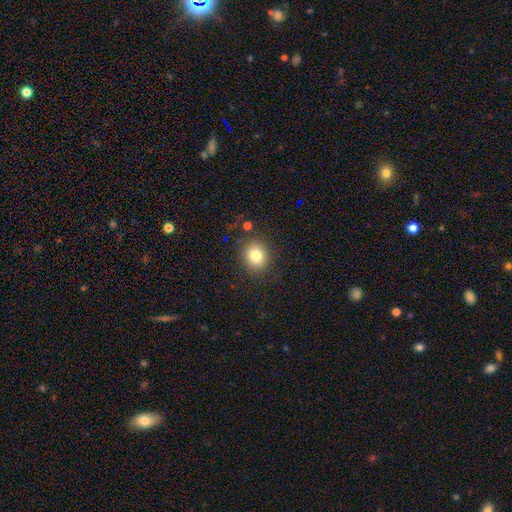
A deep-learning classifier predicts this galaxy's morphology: This is likely a smooth galaxy (79%). How rounded: likely round (79%). Merging: clearly none (84%).